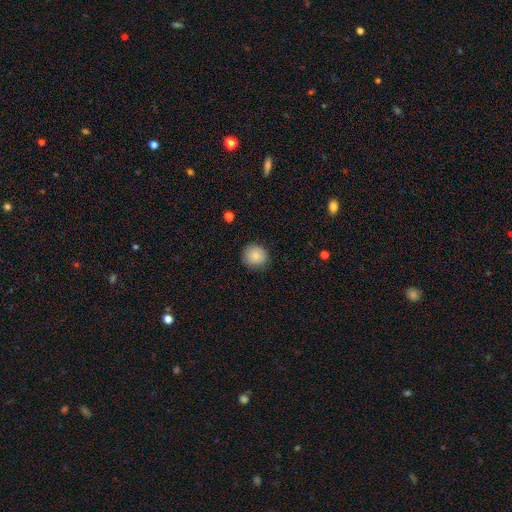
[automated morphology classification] Smooth or featured? Predicted: smooth (p=0.84). How rounded? Predicted: round (p=0.90). Merging? Predicted: none (p=0.86).